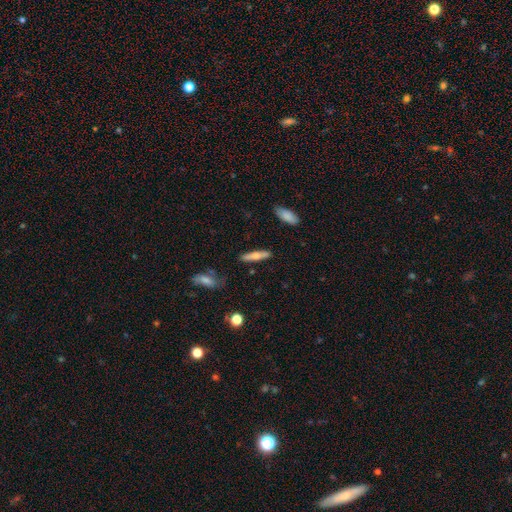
Overall: featured or disk (55%; smooth 38%). Edge-on disk: yes (95%). Edge-on bulge: rounded (95%). Merging: none (95%).